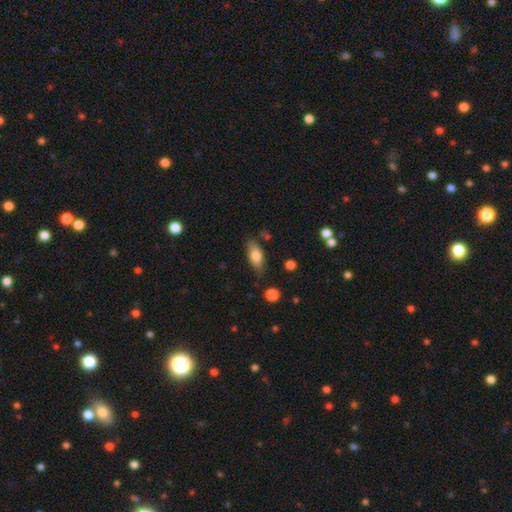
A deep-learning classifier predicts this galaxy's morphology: smooth-or-featured: smooth: 77% | featured or disk: 16% | star or artifact: 7%
  how-rounded: in between: 83% | cigar-shaped: 14% | round: 3%
  merging: none: 76% | minor disturbance: 17% | major disturbance: 3% | merger: 3%